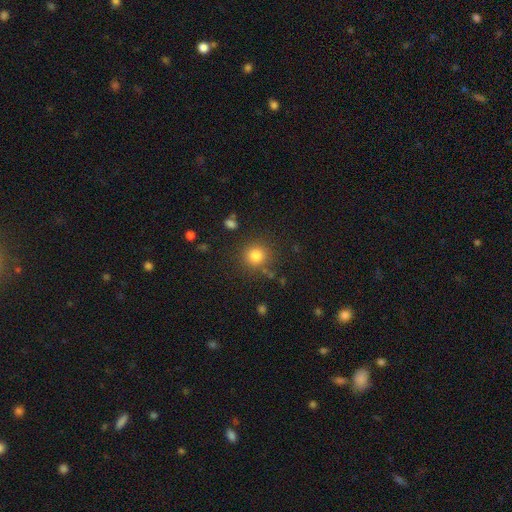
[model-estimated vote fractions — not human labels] Smooth or featured? smooth (82%)
How rounded? round (92%)
Merging? none (84%)